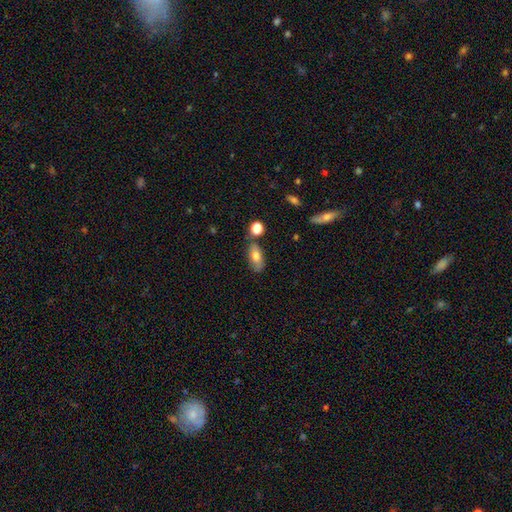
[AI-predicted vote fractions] This is likely a smooth galaxy (74%). How rounded: clearly in between (86%). Merging: likely none (67%).